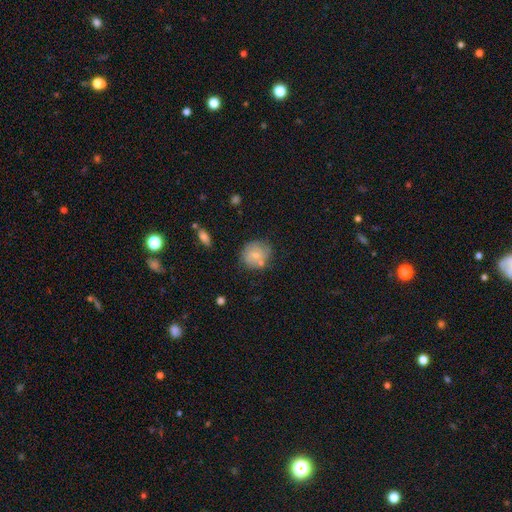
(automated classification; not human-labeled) A smooth galaxy with no disk features (60%) that is round (81%). Merging: none (66%).